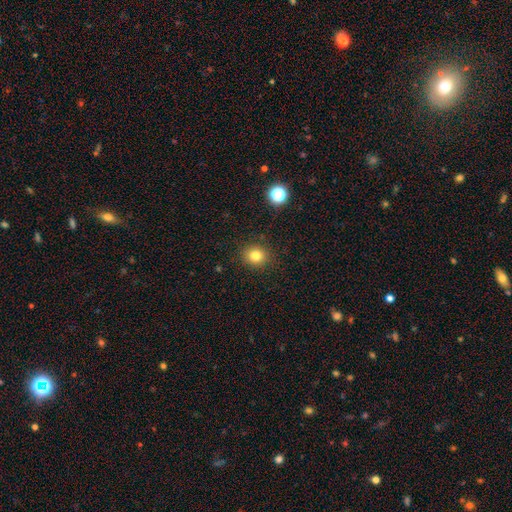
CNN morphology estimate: The model was most divided on "how rounded": round: 80%, in between: 19%, cigar-shaped: 1%. More confident: merging — none (89%); smooth or featured — smooth (80%).